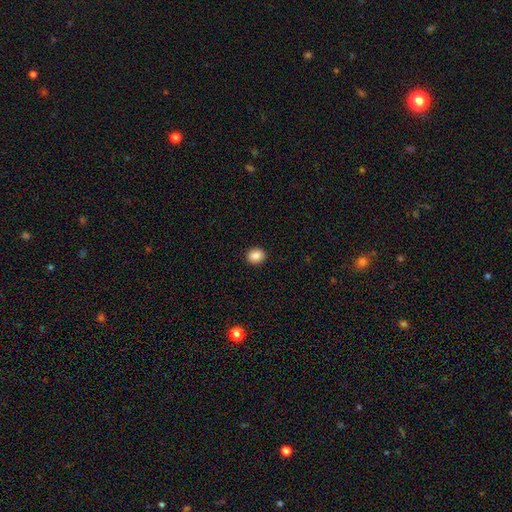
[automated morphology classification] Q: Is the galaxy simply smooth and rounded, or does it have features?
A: smooth — 87%.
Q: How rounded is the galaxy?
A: round — 69%.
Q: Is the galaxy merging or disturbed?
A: none — 92%.